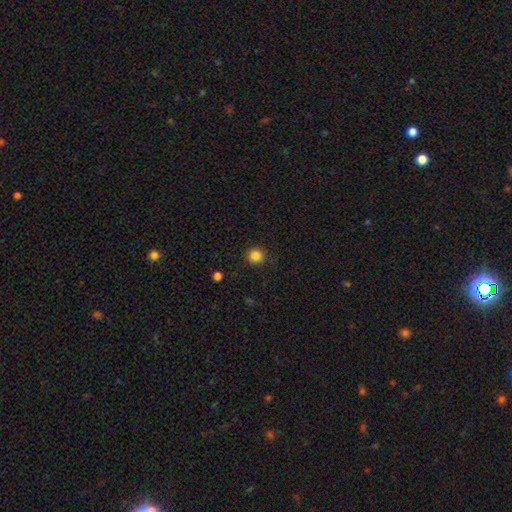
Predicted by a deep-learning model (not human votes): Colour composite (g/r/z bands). It shows a smooth galaxy with no disk features (85%) that is round (94%). Merging: none (90%).